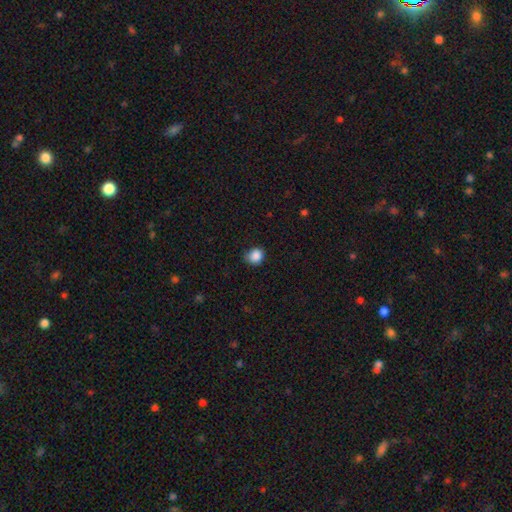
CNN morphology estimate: Smooth or featured?
  - smooth: 87% *
  - star or artifact: 10%
  - featured or disk: 3%
How rounded?
  - round: 80% *
  - in between: 19%
  - cigar-shaped: 1%
Merging?
  - none: 73% *
  - minor disturbance: 22%
  - major disturbance: 4%
  - merger: 1%